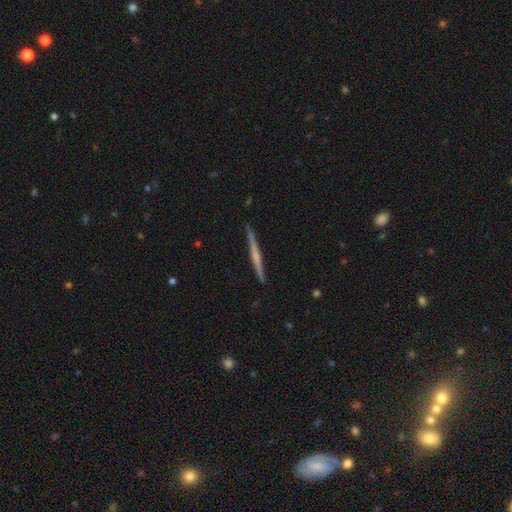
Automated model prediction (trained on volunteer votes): Overall: featured or disk (61%; smooth 33%). Edge-on disk: yes (98%). Edge-on bulge: none (62%; rounded 27%). Merging: none (91%).